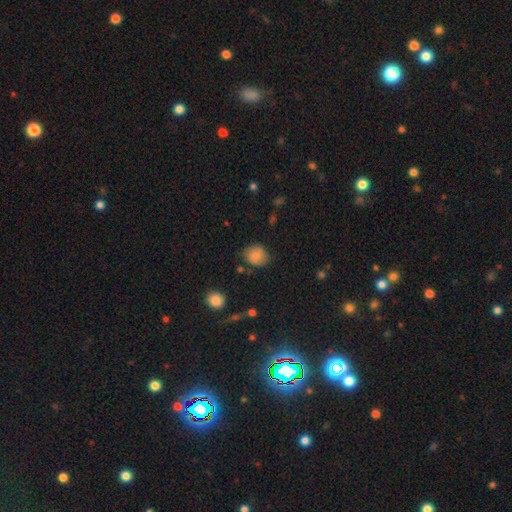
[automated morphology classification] type=smooth (79%); roundness=round (66%); merging=none (73%).